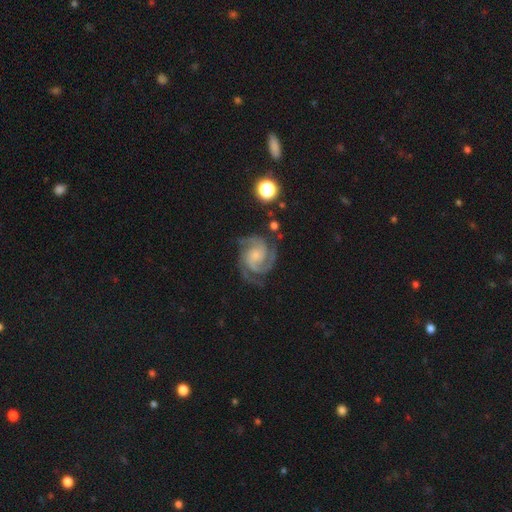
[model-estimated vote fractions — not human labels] A featured or disk galaxy (92%) with no bar (63%), 2 (51%) tight (50%) spiral arms (99%) and a small central bulge (52%). Merging: none (73%).